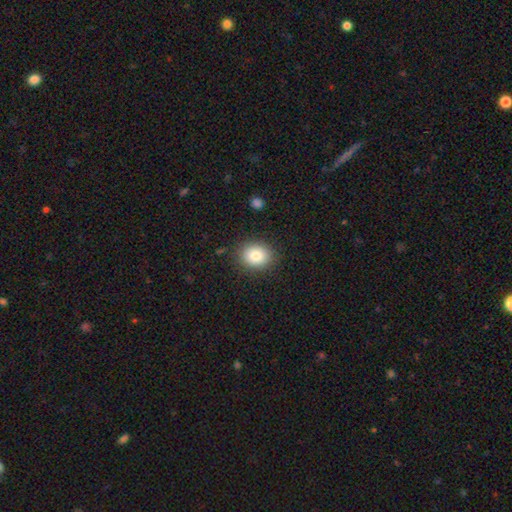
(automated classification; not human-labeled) smooth_or_featured: smooth (p=0.83) [alt: star or artifact p=0.09]
how_rounded: round (p=0.61) [alt: in between p=0.38]
merging: none (p=0.87) [alt: minor disturbance p=0.09]